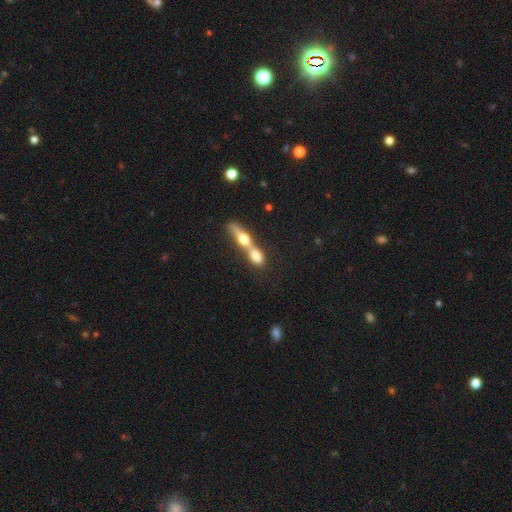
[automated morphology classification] This is possibly a smooth galaxy (55%). How rounded: possibly in between (52%). Merging: likely merger (69%).